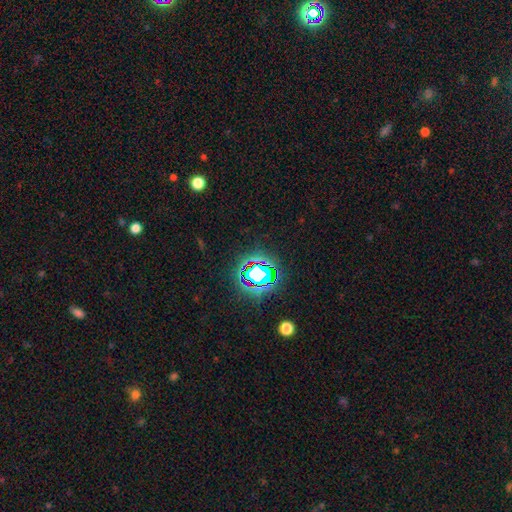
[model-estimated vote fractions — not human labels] Smooth or featured? Predicted: star or artifact (p=0.80).